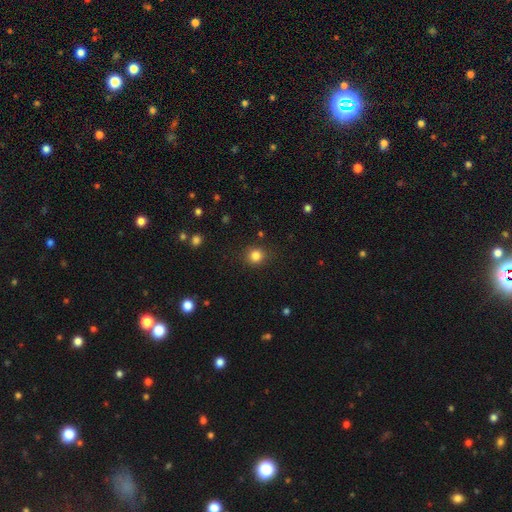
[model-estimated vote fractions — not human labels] This is clearly a smooth galaxy (83%). How rounded: clearly round (86%). Merging: clearly none (87%).